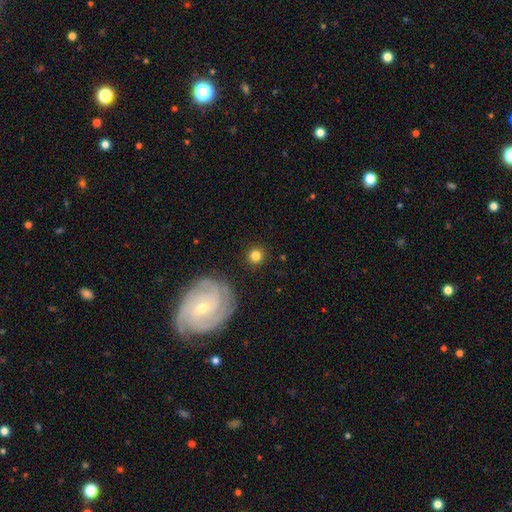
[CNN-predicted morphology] smooth_or_featured: smooth (p=0.78) [alt: featured or disk p=0.12]
how_rounded: round (p=0.94) [alt: in between p=0.05]
merging: none (p=0.89) [alt: minor disturbance p=0.06]